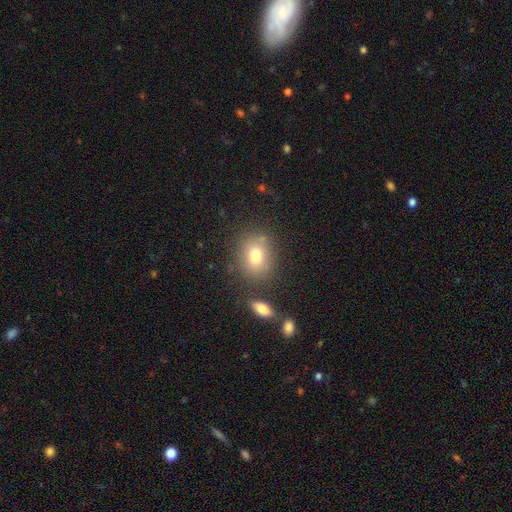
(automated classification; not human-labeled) smooth_or_featured: smooth (p=0.76) [alt: featured or disk p=0.12]
how_rounded: round (p=0.56) [alt: in between p=0.43]
merging: none (p=0.76) [alt: minor disturbance p=0.12]